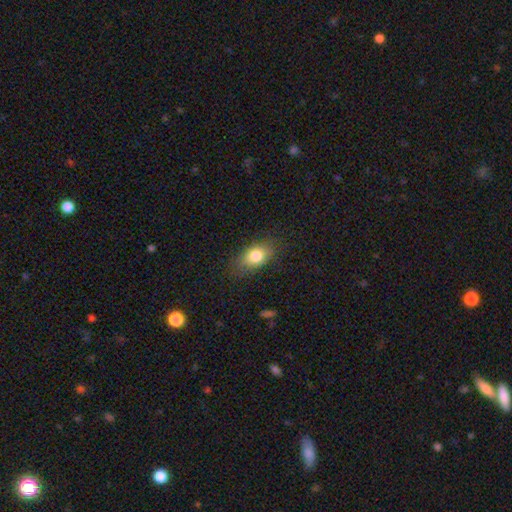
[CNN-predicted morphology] type=smooth (79%); roundness=in between (84%); merging=none (80%).